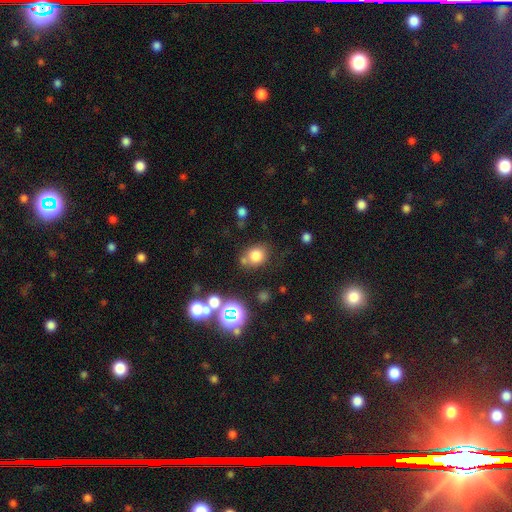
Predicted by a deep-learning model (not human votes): This is likely a smooth galaxy (76%). How rounded: likely round (68%). Merging: likely none (67%).